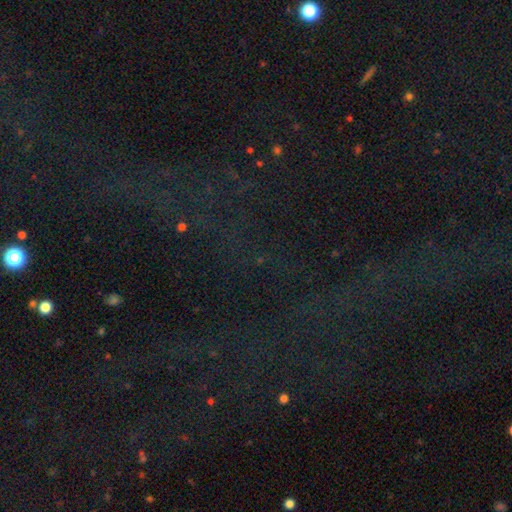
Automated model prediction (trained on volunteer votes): smooth-or-featured: star or artifact: 75% | featured or disk: 13% | smooth: 12%